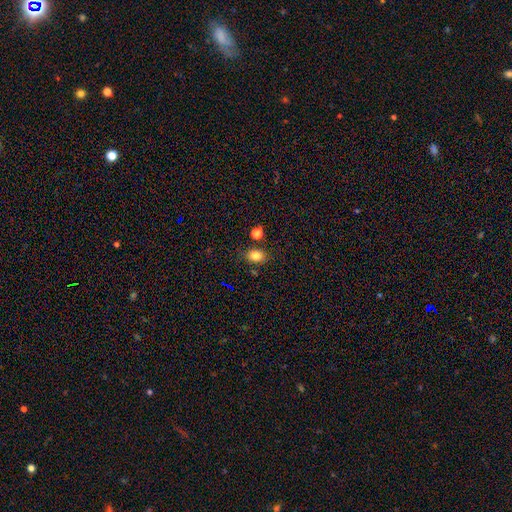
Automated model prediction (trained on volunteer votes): smooth-or-featured: smooth: 80% | star or artifact: 12% | featured or disk: 8%
  how-rounded: in between: 63% | round: 36% | cigar-shaped: 1%
  merging: none: 77% | minor disturbance: 13% | merger: 7% | major disturbance: 3%